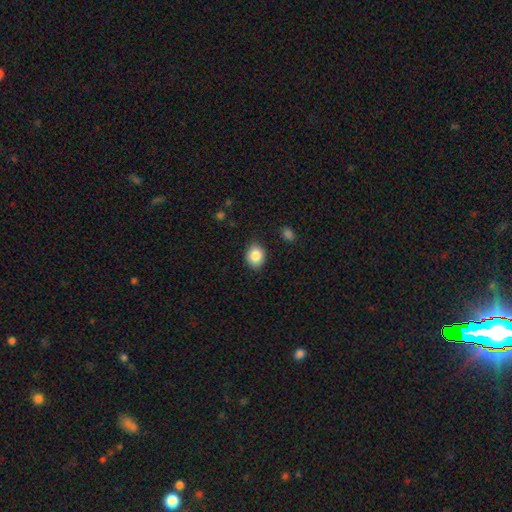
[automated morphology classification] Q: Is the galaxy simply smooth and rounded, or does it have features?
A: smooth — 86%.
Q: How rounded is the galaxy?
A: round — 52%.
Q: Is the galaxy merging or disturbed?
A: none — 85%.